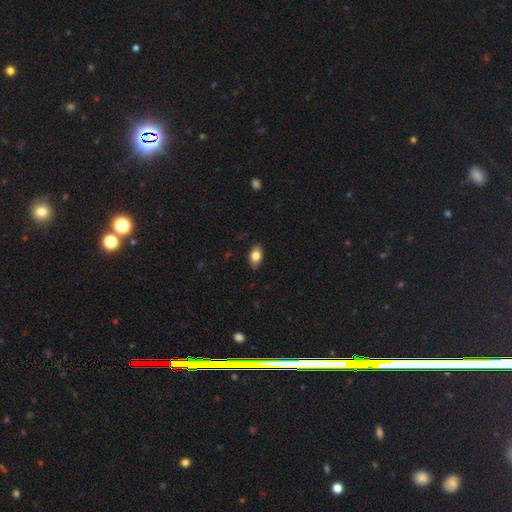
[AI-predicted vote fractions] A smooth galaxy with no disk features (81%) that is in between round and cigar-shaped (88%). Merging: none (85%).